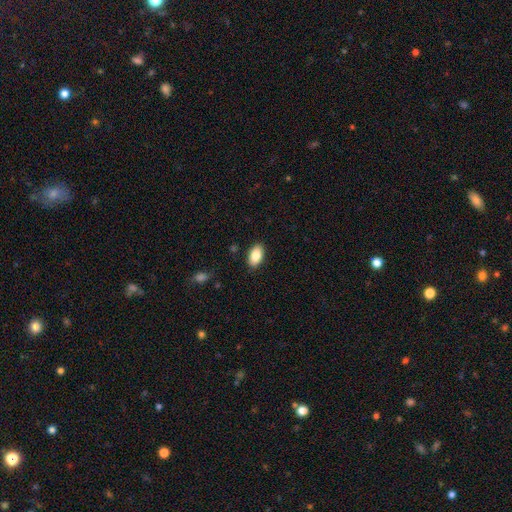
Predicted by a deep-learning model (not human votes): Smooth or featured: smooth — 85% (featured or disk — 8%)
How rounded: in between — 93% (round — 5%)
Merging: none — 87% (minor disturbance — 9%)